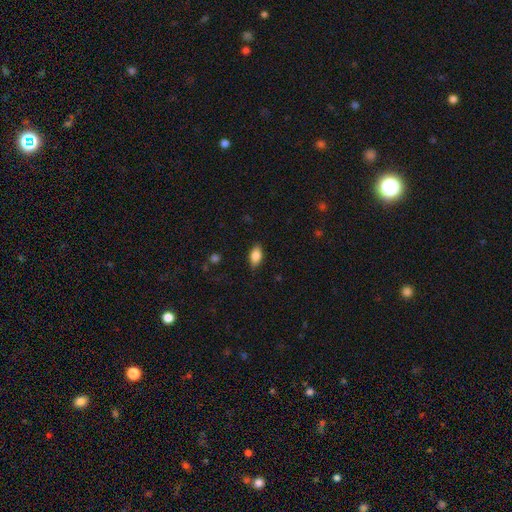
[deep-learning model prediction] A smooth galaxy with no disk features (84%) that is in between round and cigar-shaped (90%).

Vote fractions:
- Smooth or featured? smooth: 84% / featured or disk: 9% / star or artifact: 7%
- How rounded? in between: 90% / cigar-shaped: 6% / round: 5%
- Merging? none: 84% / minor disturbance: 12% / major disturbance: 3% / merger: 1%